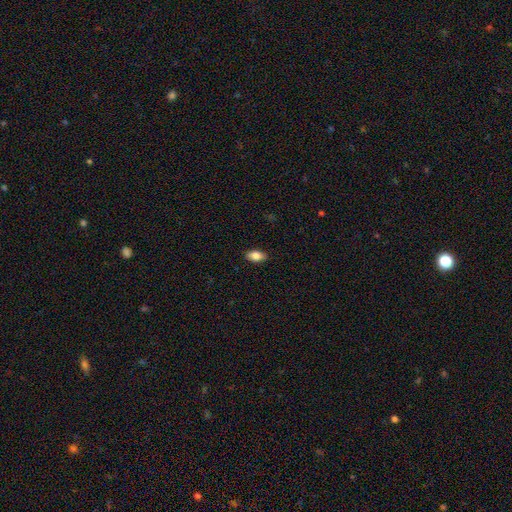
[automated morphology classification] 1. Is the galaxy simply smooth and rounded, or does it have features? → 85% smooth, 8% featured or disk, 7% star or artifact.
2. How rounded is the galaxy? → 91% in between, 5% round, 4% cigar-shaped.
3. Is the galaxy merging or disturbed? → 89% none, 8% minor disturbance, 2% major disturbance, 1% merger.